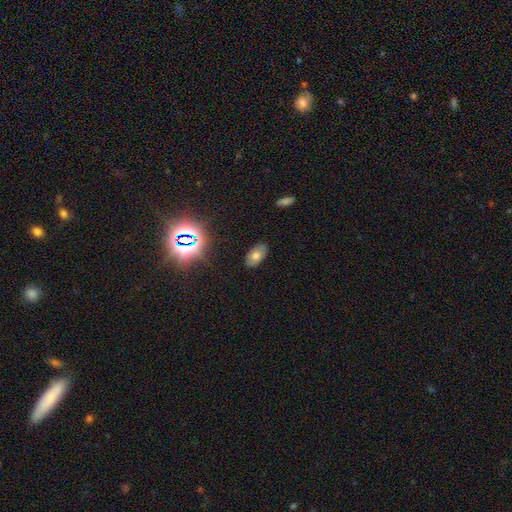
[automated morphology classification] Overall: smooth (62%). How rounded: in between (92%). Merging: none (83%).